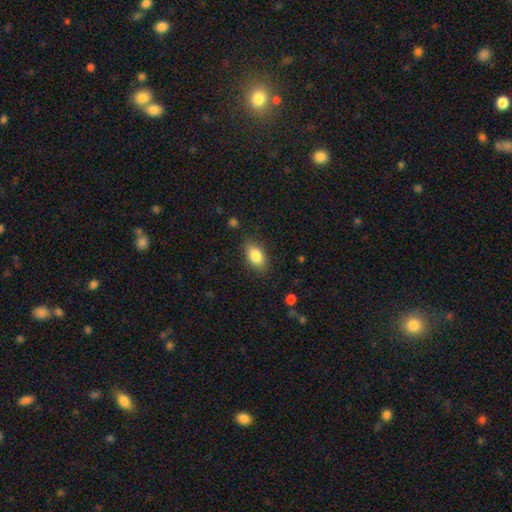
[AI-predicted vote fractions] Morphology: type=smooth (84%); roundness=in between (89%); merging=none (83%).